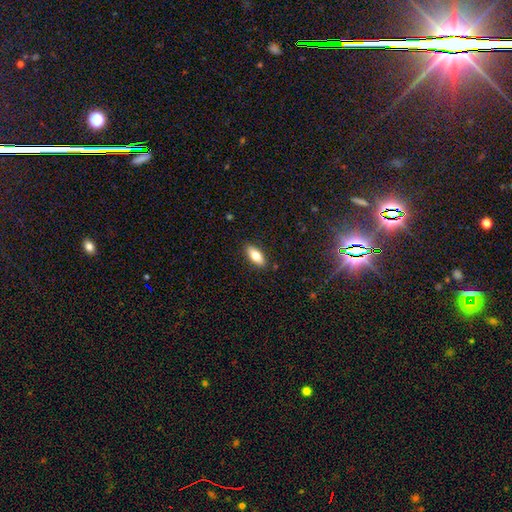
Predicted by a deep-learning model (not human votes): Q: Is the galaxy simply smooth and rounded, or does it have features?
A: smooth — 74%.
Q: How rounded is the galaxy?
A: in between — 79%.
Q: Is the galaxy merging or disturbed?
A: none — 89%.